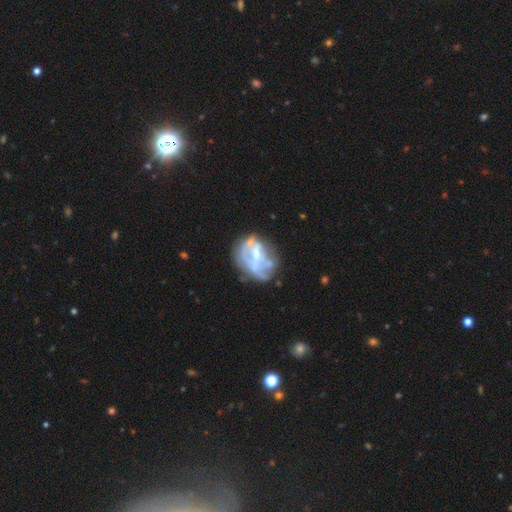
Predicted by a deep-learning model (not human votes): Morphology: type=featured or disk (67%); edge-on=no (98%); bar=no (58%); spiral arms=no (68%); bulge=moderate (37%); merging=none (41%).